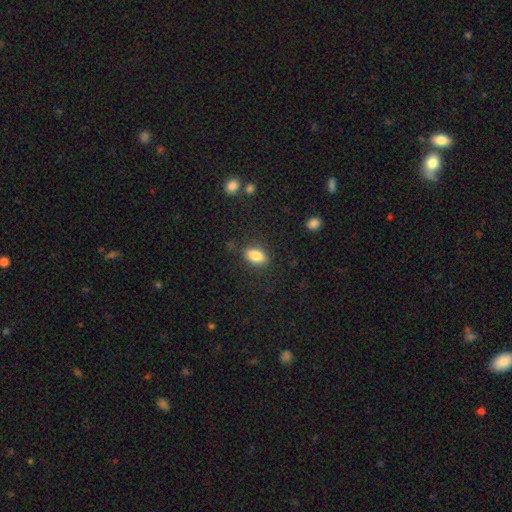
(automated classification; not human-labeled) Morphology: type=smooth (84%); roundness=in between (89%); merging=none (85%).